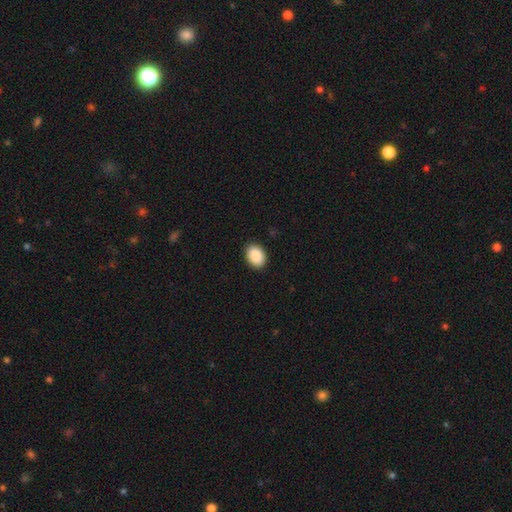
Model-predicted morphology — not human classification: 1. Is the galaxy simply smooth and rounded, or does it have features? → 91% smooth, 7% star or artifact, 3% featured or disk.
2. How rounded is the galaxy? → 77% in between, 22% round, 1% cigar-shaped.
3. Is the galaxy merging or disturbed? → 90% none, 7% minor disturbance, 2% major disturbance, 1% merger.